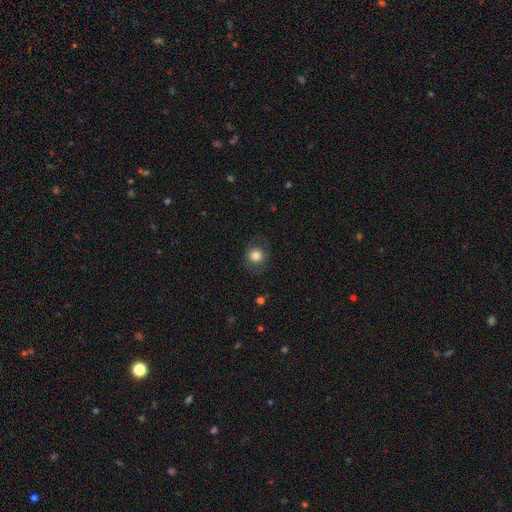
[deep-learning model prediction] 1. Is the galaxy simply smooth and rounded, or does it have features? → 78% smooth, 13% featured or disk, 9% star or artifact.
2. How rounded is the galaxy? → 80% round, 20% in between, 1% cigar-shaped.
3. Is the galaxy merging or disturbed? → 80% none, 13% minor disturbance, 6% major disturbance, 1% merger.